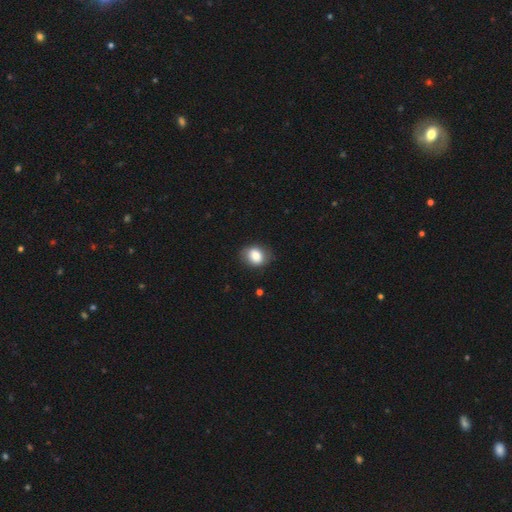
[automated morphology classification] This is likely a smooth galaxy (80%). How rounded: possibly in between (52%). Merging: likely none (80%).